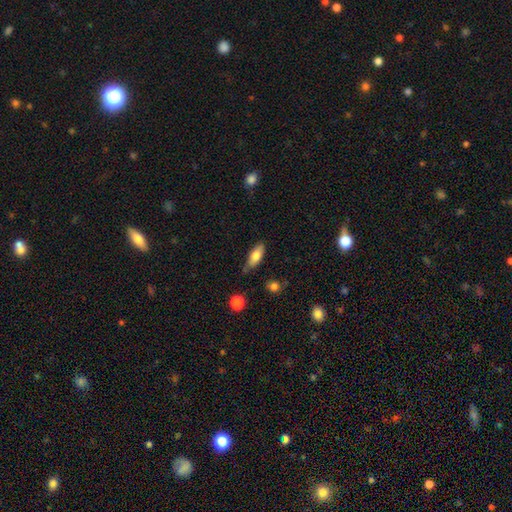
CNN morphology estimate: Smooth or featured: smooth — 76% (featured or disk — 17%)
How rounded: in between — 77% (cigar-shaped — 21%)
Merging: none — 68% (minor disturbance — 24%)